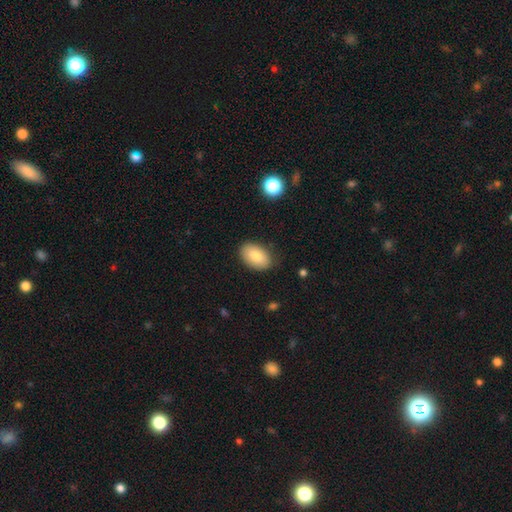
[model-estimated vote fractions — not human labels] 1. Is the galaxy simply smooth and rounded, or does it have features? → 82% smooth, 11% featured or disk, 7% star or artifact.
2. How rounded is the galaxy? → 91% in between, 7% round, 1% cigar-shaped.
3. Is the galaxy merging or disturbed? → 84% none, 12% minor disturbance, 3% major disturbance, 1% merger.